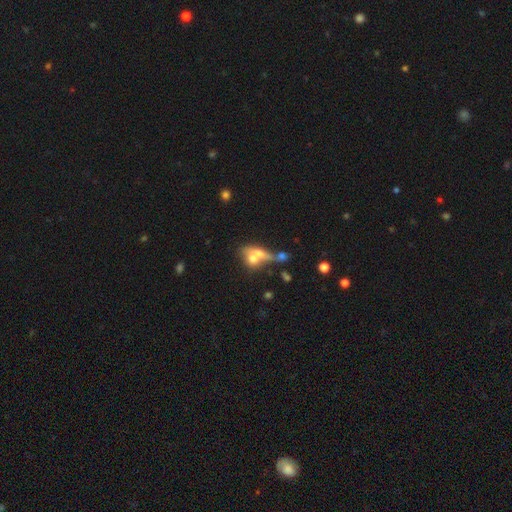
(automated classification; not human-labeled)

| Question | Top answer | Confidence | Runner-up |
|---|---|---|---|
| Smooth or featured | smooth | 59% | featured or disk (31%) |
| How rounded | in between | 51% | round (37%) |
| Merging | merger | 63% | none (20%) |